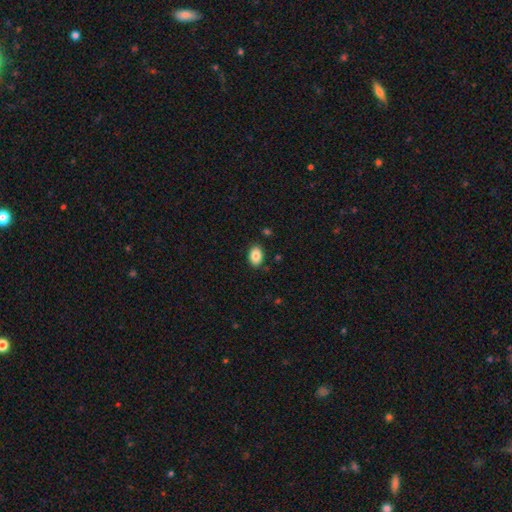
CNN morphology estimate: Smooth or featured: smooth — 87% (star or artifact — 8%)
How rounded: in between — 86% (round — 13%)
Merging: none — 87% (minor disturbance — 9%)